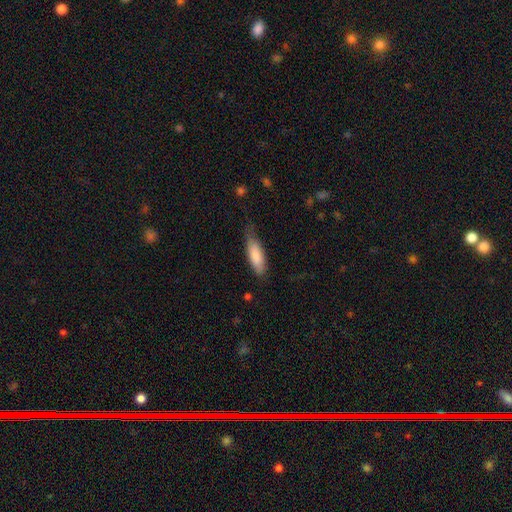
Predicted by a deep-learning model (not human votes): Smooth or featured: smooth — 80% (featured or disk — 14%)
How rounded: in between — 59% (cigar-shaped — 39%)
Merging: none — 58% (minor disturbance — 32%)